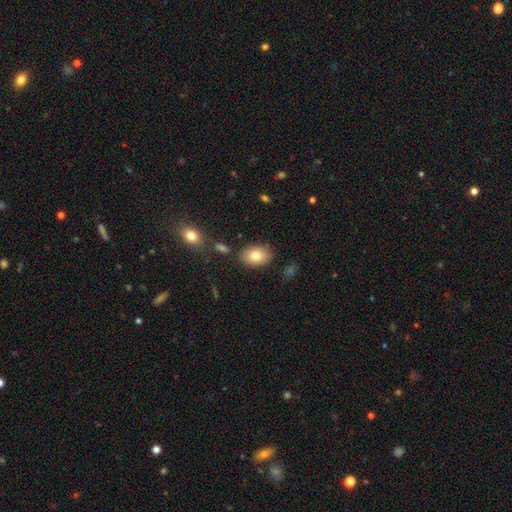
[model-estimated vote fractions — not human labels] smooth-or-featured: smooth: 81% | featured or disk: 12% | star or artifact: 8%
  how-rounded: in between: 85% | round: 14% | cigar-shaped: 1%
  merging: none: 83% | minor disturbance: 11% | merger: 3% | major disturbance: 3%